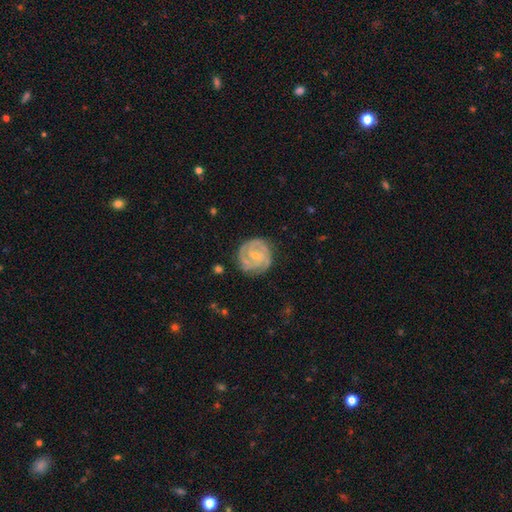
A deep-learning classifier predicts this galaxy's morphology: Smooth or featured: featured or disk — 84% (smooth — 11%)
Edge-on disk: no — 98% (yes — 2%)
Bar: no — 53% (weak — 39%)
Spiral arms: yes — 96% (no — 4%)
Spiral winding: tight — 66% (medium — 29%)
Spiral arm count: 2 — 35% (3 — 34%)
Bulge size: small — 73% (moderate — 21%)
Merging: none — 78% (minor disturbance — 16%)